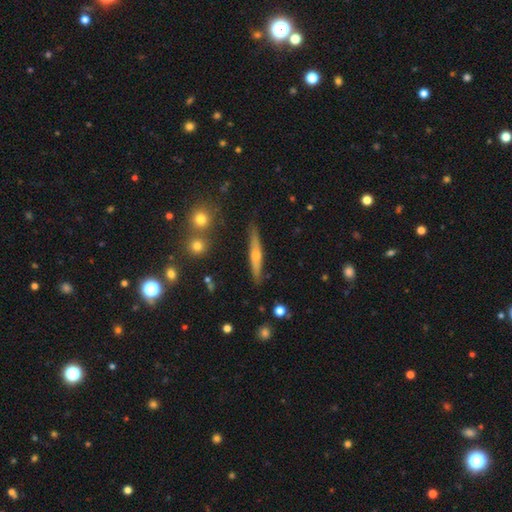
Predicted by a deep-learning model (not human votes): Smooth or featured: featured or disk — 59% (smooth — 33%)
Edge-on disk: yes — 94% (no — 6%)
Edge-on bulge: rounded — 78% (none — 18%)
Merging: none — 86% (minor disturbance — 10%)